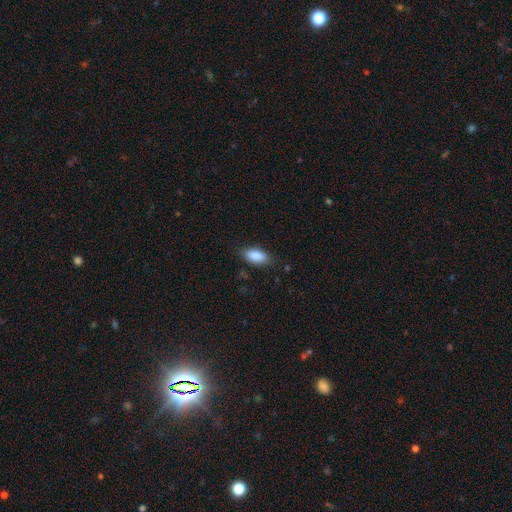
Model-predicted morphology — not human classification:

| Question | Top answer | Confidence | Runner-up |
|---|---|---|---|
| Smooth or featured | smooth | 87% | star or artifact (7%) |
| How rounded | in between | 88% | cigar-shaped (9%) |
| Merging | none | 81% | minor disturbance (14%) |